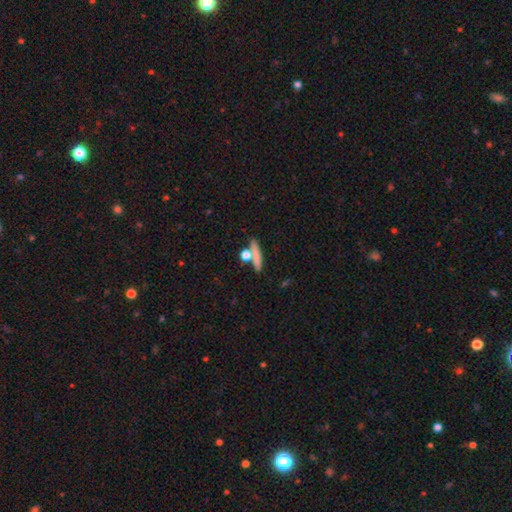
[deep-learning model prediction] A smooth galaxy with no disk features (72%) that is cigar-shaped (66%). Merging: none (70%).